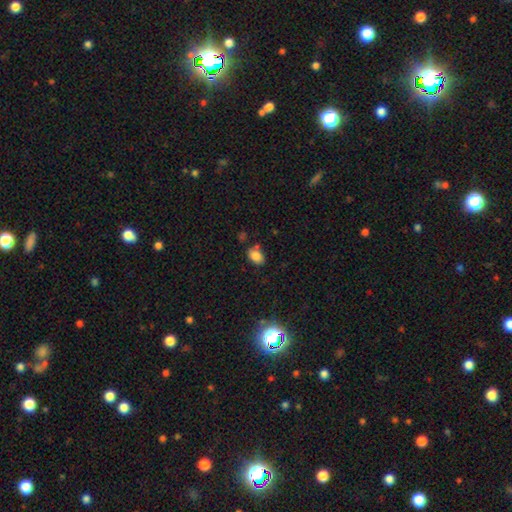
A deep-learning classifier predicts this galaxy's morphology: Smooth or featured? Predicted: smooth (p=0.81). How rounded? Predicted: in between (p=0.84). Merging? Predicted: none (p=0.67).